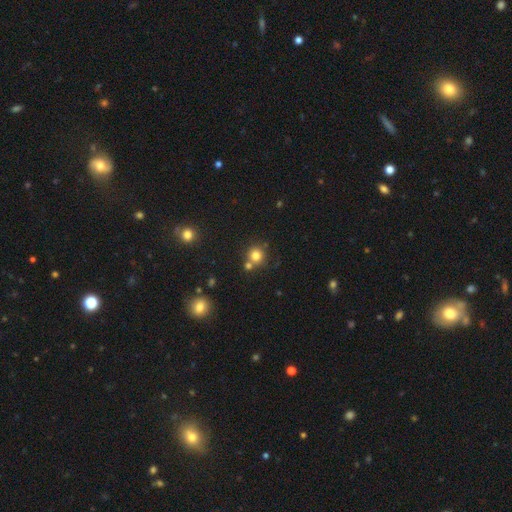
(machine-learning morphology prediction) Smooth or featured? smooth (79%)
How rounded? round (91%)
Merging? none (66%)